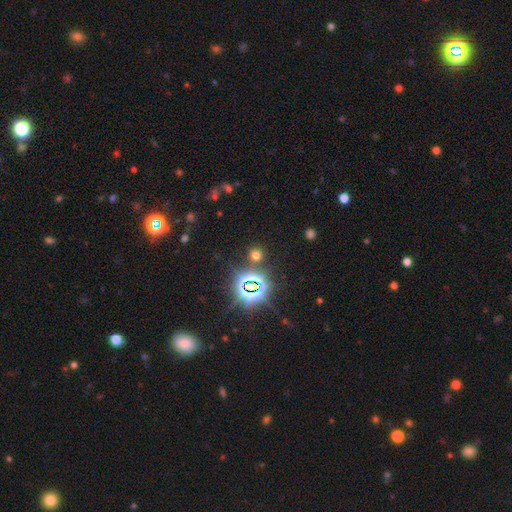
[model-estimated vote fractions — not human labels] Overall: smooth (53%; star or artifact 41%). How rounded: round (85%). Merging: none (83%).